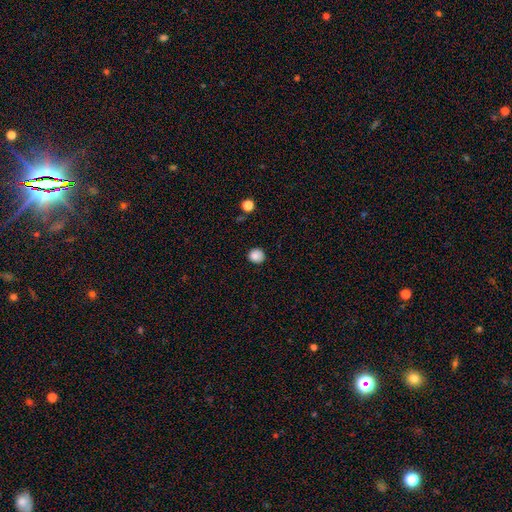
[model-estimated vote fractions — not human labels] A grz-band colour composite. It shows a smooth galaxy with no disk features (85%) that is round (88%). Merging: none (87%).